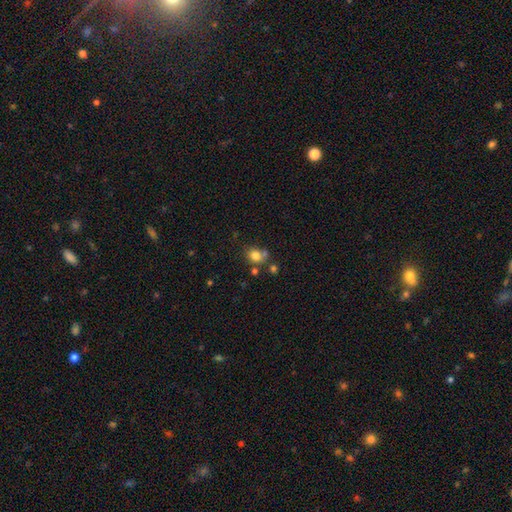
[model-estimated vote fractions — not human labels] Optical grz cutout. It shows a smooth galaxy with no disk features (79%) that is round (66%). Merging: none (58%).